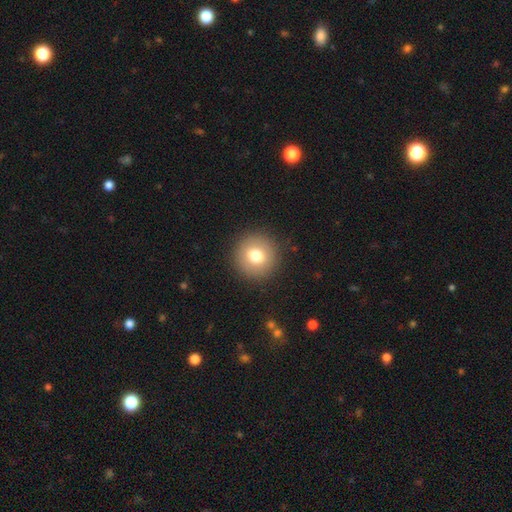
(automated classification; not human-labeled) A smooth galaxy with no disk features (76%) that is round (94%). Merging: none (91%).